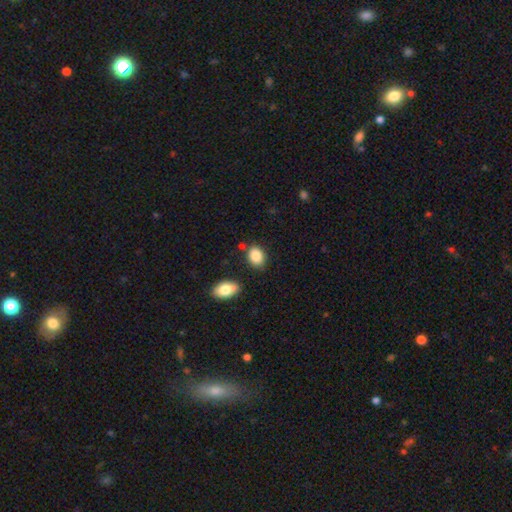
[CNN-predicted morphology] A smooth galaxy with no disk features (87%) that is in between round and cigar-shaped (76%). Merging: none (76%).